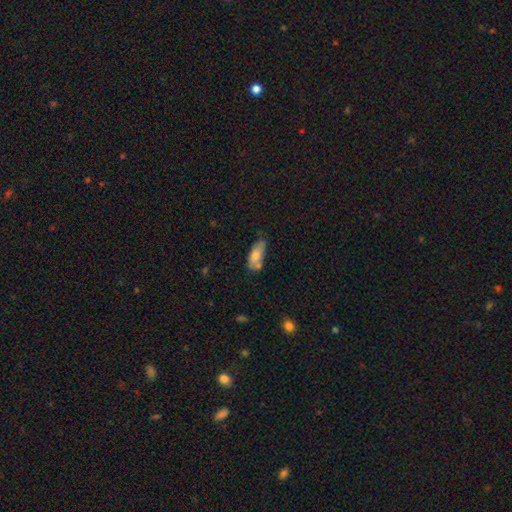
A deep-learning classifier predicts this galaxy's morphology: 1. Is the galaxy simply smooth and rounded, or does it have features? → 71% smooth, 22% featured or disk, 7% star or artifact.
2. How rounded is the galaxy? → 85% in between, 12% cigar-shaped, 3% round.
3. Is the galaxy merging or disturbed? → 49% none, 29% minor disturbance, 15% merger, 7% major disturbance.